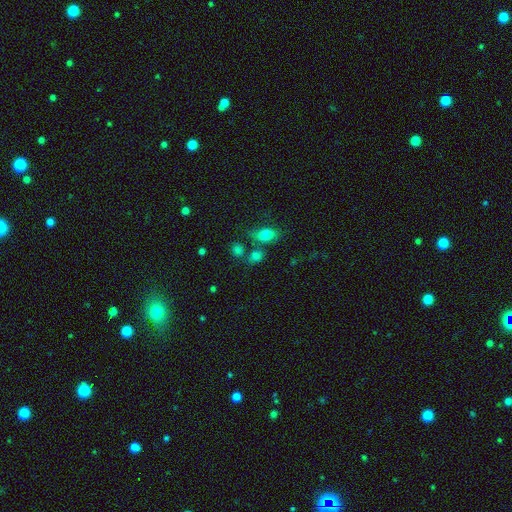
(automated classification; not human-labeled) This is likely a smooth galaxy (78%). How rounded: possibly in between (53%). Merging: possibly none (57%).